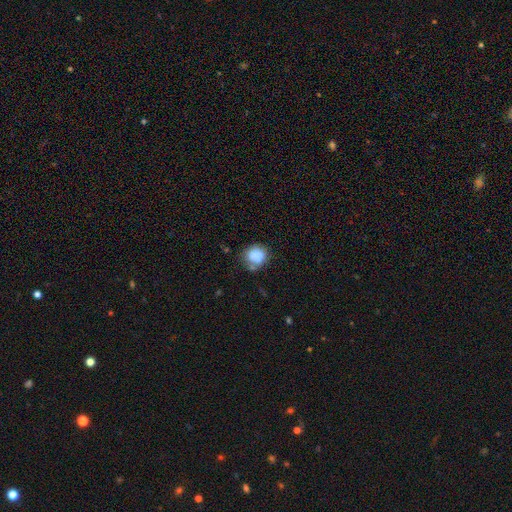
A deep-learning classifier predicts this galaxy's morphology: smooth 81%, featured or disk 10%, star or artifact 9%. Down the decision tree: how rounded — round (80%); merging — none (57%).